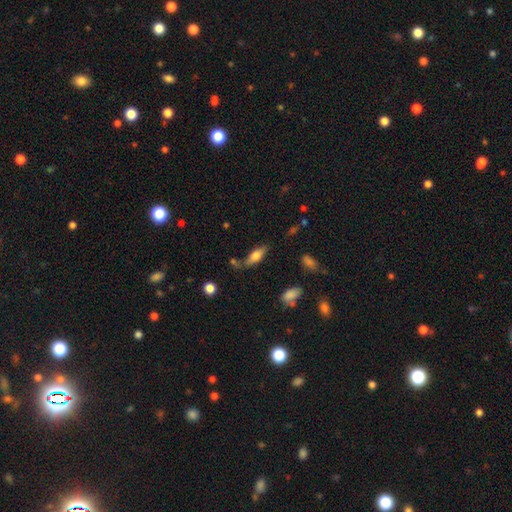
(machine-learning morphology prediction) type=smooth (58%); roundness=in between (61%); merging=none (61%).